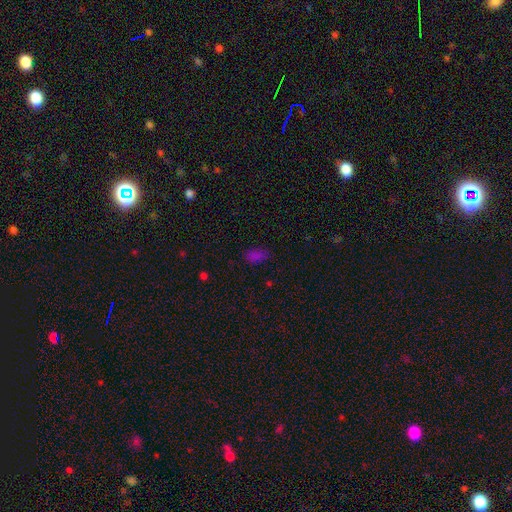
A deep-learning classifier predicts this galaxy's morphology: This appears to be a smooth galaxy with no disk features (77%) that is in between round and cigar-shaped (91%). Merging: none (75%).